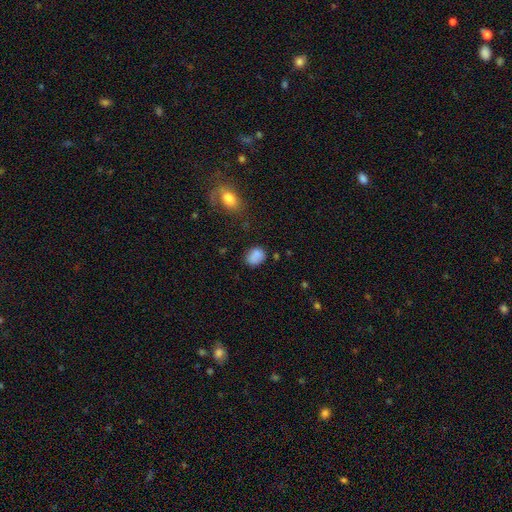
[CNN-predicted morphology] Smooth or featured? smooth (83%)
How rounded? in between (61%)
Merging? none (65%)